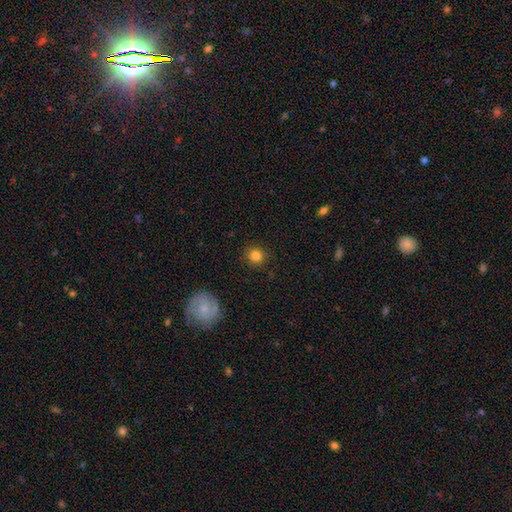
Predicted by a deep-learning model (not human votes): Q: Smooth or featured?
A: smooth (83%); runner-up: star or artifact (11%)
Q: How rounded?
A: round (93%); runner-up: in between (7%)
Q: Merging?
A: none (89%); runner-up: minor disturbance (7%)